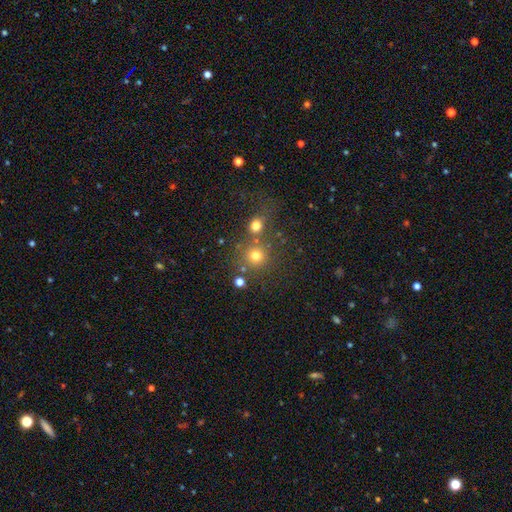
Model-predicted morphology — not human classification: smooth-or-featured: smooth: 73% | star or artifact: 18% | featured or disk: 8%
  how-rounded: round: 92% | in between: 7% | cigar-shaped: 1%
  merging: none: 70% | merger: 17% | minor disturbance: 9% | major disturbance: 5%